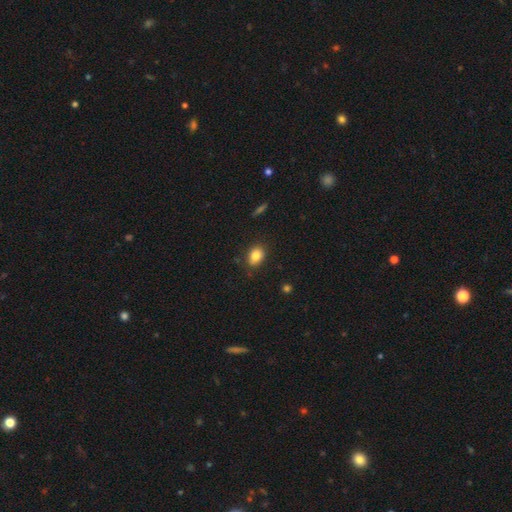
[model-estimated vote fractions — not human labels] A smooth galaxy with no disk features (84%) that is in between round and cigar-shaped (62%). Merging: none (82%).